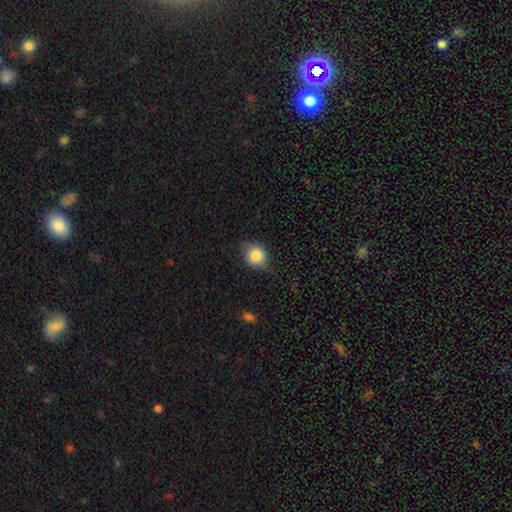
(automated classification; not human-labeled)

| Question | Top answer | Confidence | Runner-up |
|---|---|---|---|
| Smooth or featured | smooth | 82% | star or artifact (9%) |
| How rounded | round | 75% | in between (24%) |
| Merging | none | 73% | minor disturbance (22%) |